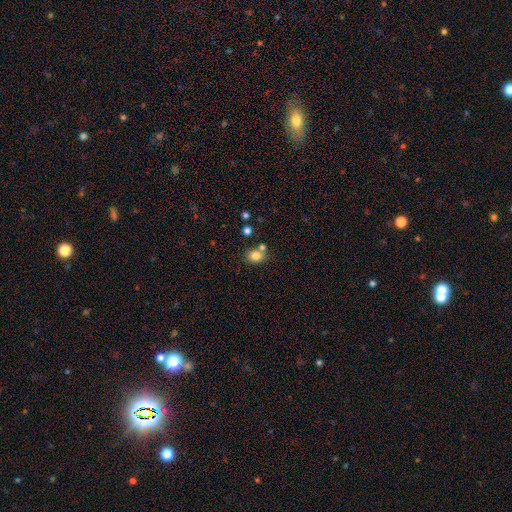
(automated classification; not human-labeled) Smooth or featured? Predicted: smooth (p=0.81). How rounded? Predicted: round (p=0.60). Merging? Predicted: none (p=0.63).